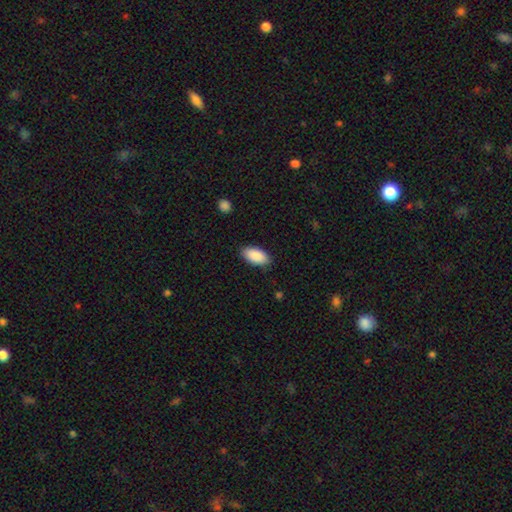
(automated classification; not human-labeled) Q: Smooth or featured?
A: smooth (90%); runner-up: star or artifact (6%)
Q: How rounded?
A: in between (94%); runner-up: cigar-shaped (4%)
Q: Merging?
A: none (86%); runner-up: minor disturbance (10%)